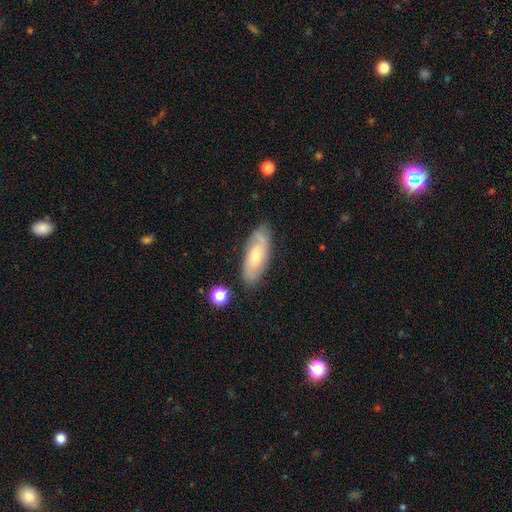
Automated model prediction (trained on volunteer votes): Morphology: type=featured or disk (59%); edge-on=no (84%); merging=none (78%).